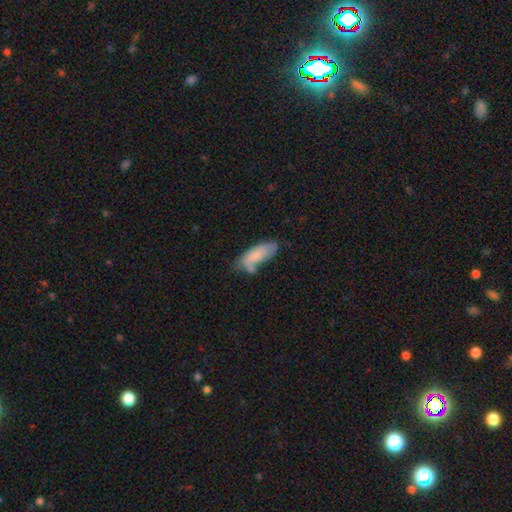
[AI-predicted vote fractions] A smooth galaxy with no disk features (79%) that is in between round and cigar-shaped (72%).

Vote fractions:
- Smooth or featured? smooth: 79% / featured or disk: 14% / star or artifact: 6%
- How rounded? in between: 72% / cigar-shaped: 26% / round: 2%
- Merging? none: 49% / minor disturbance: 27% / merger: 16% / major disturbance: 8%